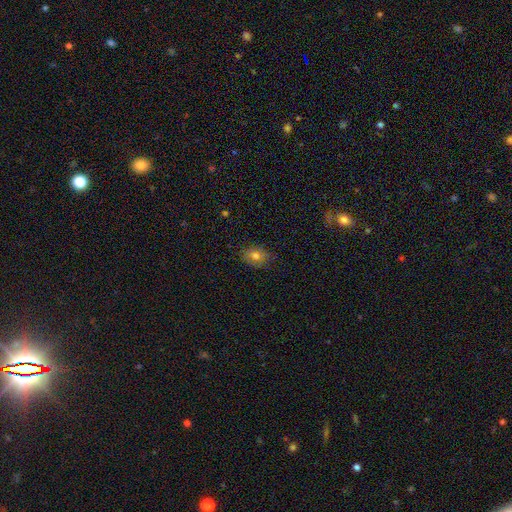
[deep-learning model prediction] A smooth galaxy with no disk features (75%) that is in between round and cigar-shaped (56%).

Vote fractions:
- Smooth or featured? smooth: 75% / star or artifact: 13% / featured or disk: 12%
- How rounded? in between: 56% / round: 42% / cigar-shaped: 1%
- Merging? none: 80% / minor disturbance: 16% / major disturbance: 3% / merger: 1%